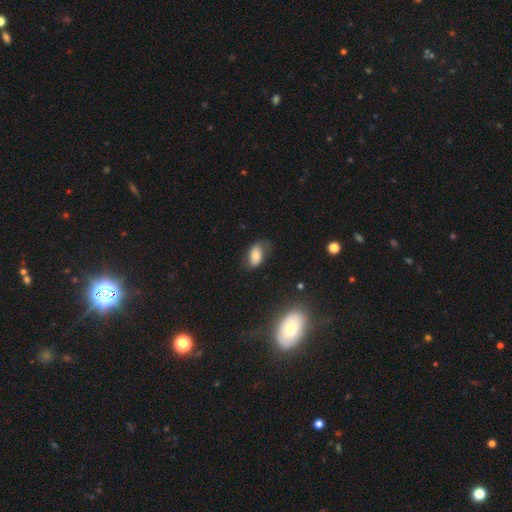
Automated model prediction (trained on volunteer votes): Q: Smooth or featured?
A: smooth (62%); runner-up: featured or disk (29%)
Q: How rounded?
A: in between (90%); runner-up: round (8%)
Q: Merging?
A: none (58%); runner-up: minor disturbance (28%)